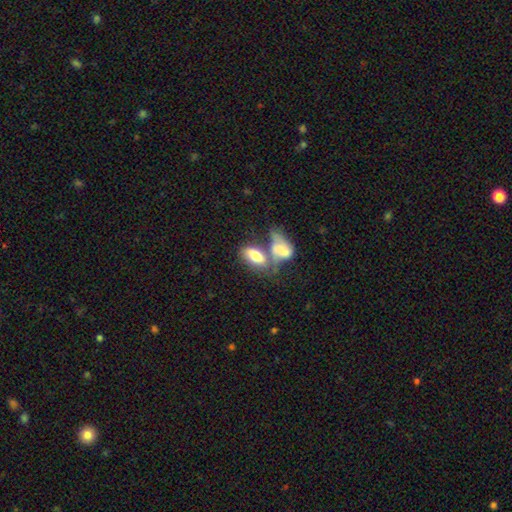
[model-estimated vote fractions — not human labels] Morphology: type=smooth (74%); roundness=in between (91%); merging=merger (58%).